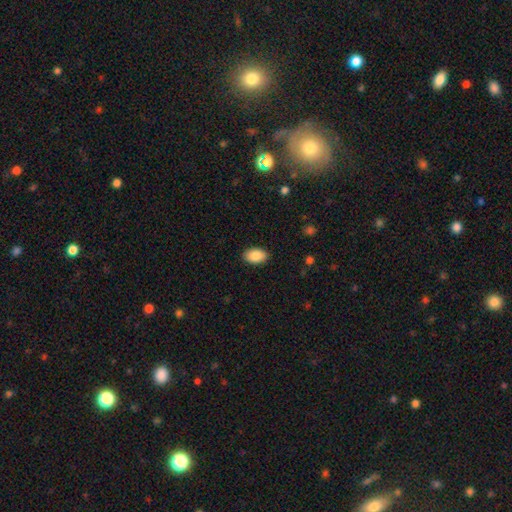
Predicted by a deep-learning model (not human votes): smooth 89%, star or artifact 7%, featured or disk 4%. Down the decision tree: how rounded — in between (91%); merging — none (89%).